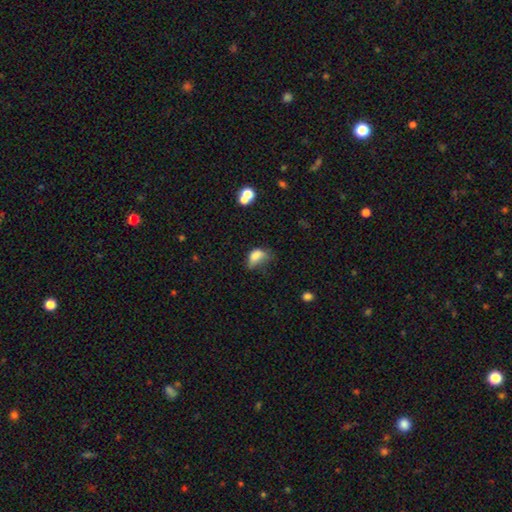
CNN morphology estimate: Smooth or featured? Predicted: smooth (p=0.75). How rounded? Predicted: in between (p=0.84). Merging? Predicted: minor disturbance (p=0.37).